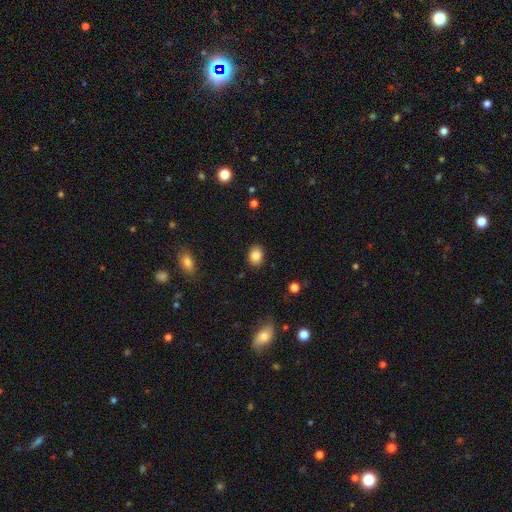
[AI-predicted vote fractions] The model was most divided on "how rounded": in between: 59%, round: 40%, cigar-shaped: 1%. More confident: merging — none (88%); smooth or featured — smooth (87%).